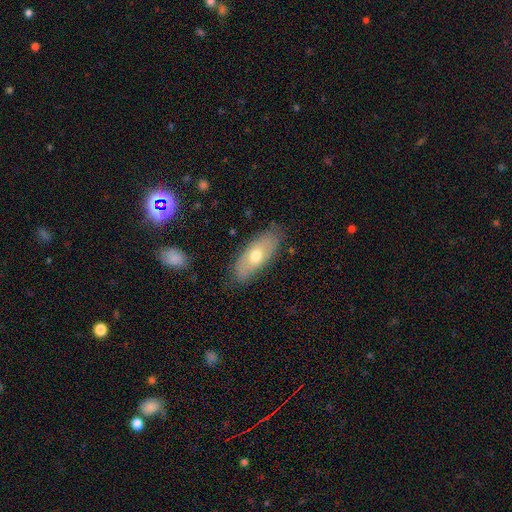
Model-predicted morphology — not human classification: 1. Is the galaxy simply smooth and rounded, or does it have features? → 54% smooth, 38% featured or disk, 8% star or artifact.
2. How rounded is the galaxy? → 79% in between, 18% cigar-shaped, 3% round.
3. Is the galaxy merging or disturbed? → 82% none, 14% minor disturbance, 3% major disturbance, 1% merger.